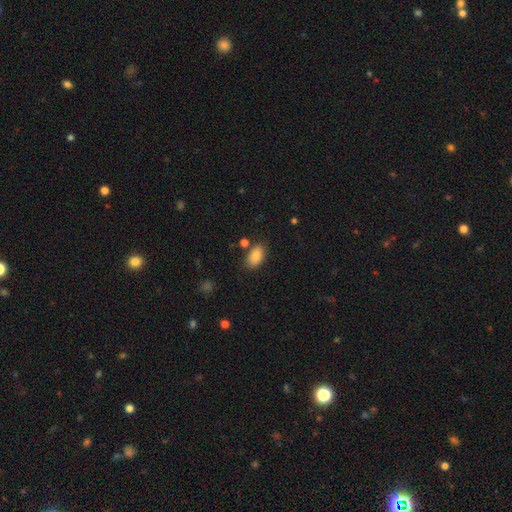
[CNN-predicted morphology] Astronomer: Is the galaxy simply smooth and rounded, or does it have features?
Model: smooth — 86%.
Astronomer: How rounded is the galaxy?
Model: in between — 92%.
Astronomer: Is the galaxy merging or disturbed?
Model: none — 78%.